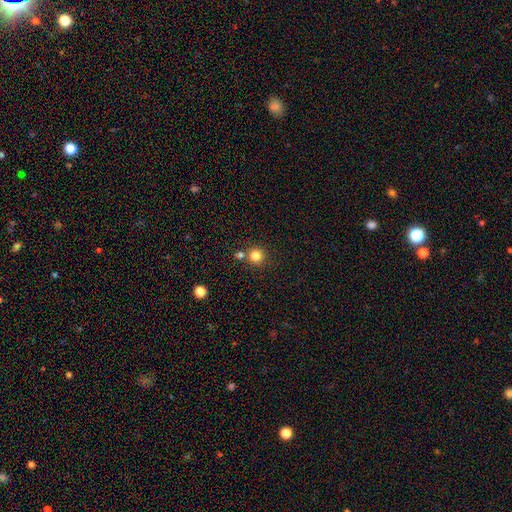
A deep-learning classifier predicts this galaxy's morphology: type=smooth (83%); roundness=round (94%); merging=none (76%).